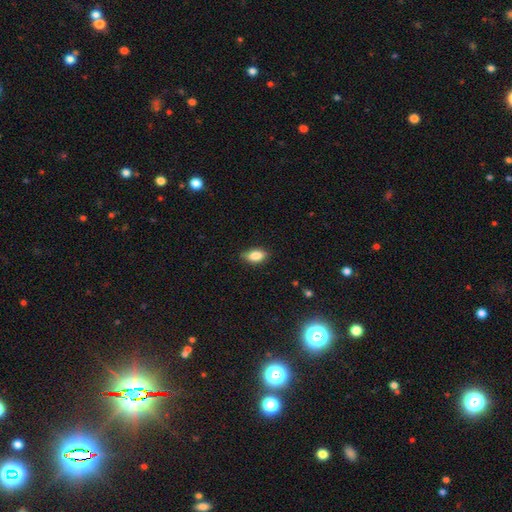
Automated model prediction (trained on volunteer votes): This appears to be a smooth galaxy with no disk features (83%) that is in between round and cigar-shaped (88%). Merging: none (82%).